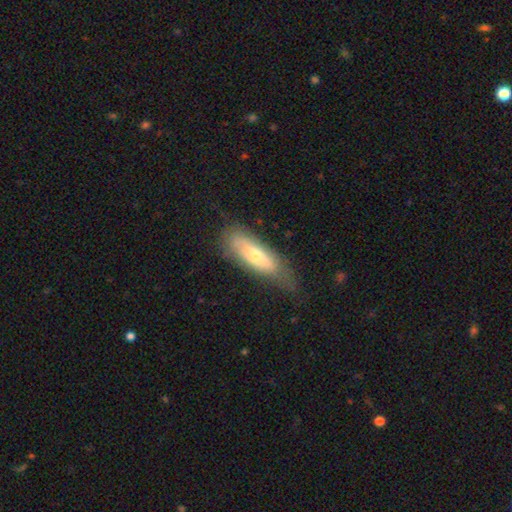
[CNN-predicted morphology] The model was most divided on "how rounded": in between: 50%, cigar-shaped: 48%, round: 2%. More confident: merging — none (61%); smooth or featured — smooth (55%).